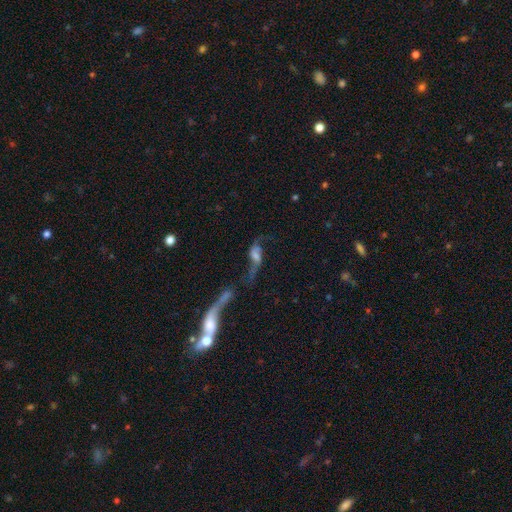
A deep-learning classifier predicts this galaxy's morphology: smooth-or-featured: featured or disk: 69% | smooth: 21% | star or artifact: 10%
  disk-edge-on: no: 88% | yes: 12%
    bar: no: 44% | weak: 40% | strong: 16%
    has-spiral-arms: yes: 84% | no: 16%
      spiral-winding: loose: 87% | medium: 10% | tight: 3%
      spiral-arm-count: 2: 85% | 1: 8% | can't tell: 4% | 3: 1% | 4: 1% | more than 4: 1%
    bulge-size: moderate: 30% | small: 26% | none: 26% | large: 14% | dominant: 3%
  merging: merger: 31% | none: 29% | major disturbance: 27% | minor disturbance: 13%